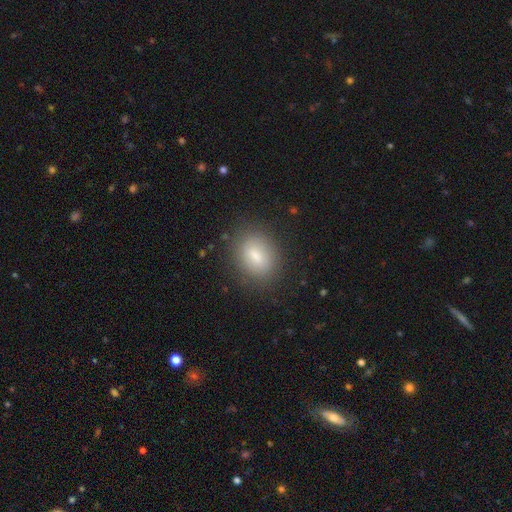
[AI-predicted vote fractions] Smooth or featured: smooth — 76% (featured or disk — 15%)
How rounded: in between — 66% (round — 31%)
Merging: none — 82% (minor disturbance — 12%)